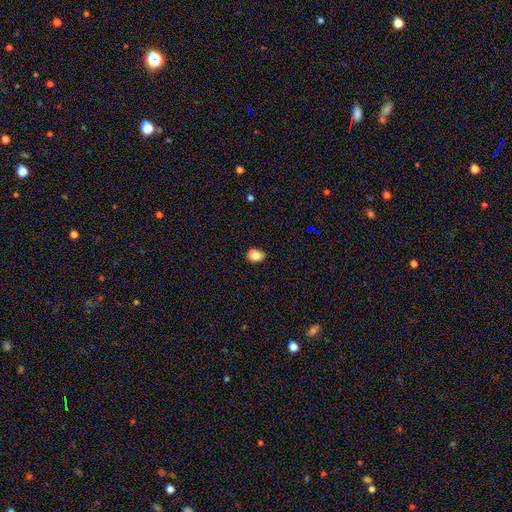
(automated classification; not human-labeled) Smooth or featured?
  - smooth: 81% *
  - star or artifact: 10%
  - featured or disk: 9%
How rounded?
  - in between: 68% *
  - round: 31%
  - cigar-shaped: 1%
Merging?
  - none: 66% *
  - minor disturbance: 24%
  - merger: 5%
  - major disturbance: 4%